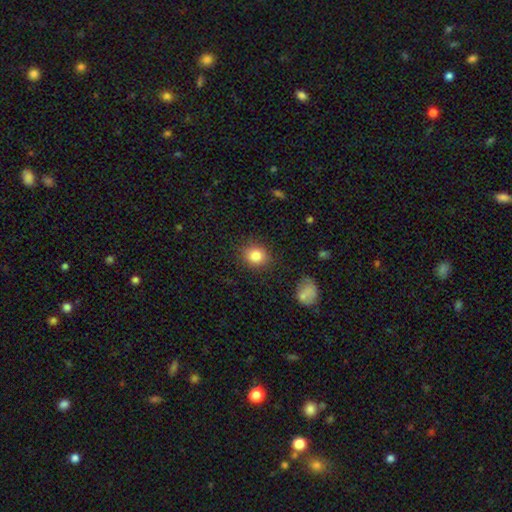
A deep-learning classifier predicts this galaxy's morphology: smooth_or_featured: smooth (p=0.84) [alt: star or artifact p=0.10]
how_rounded: round (p=0.72) [alt: in between p=0.27]
merging: none (p=0.84) [alt: minor disturbance p=0.11]